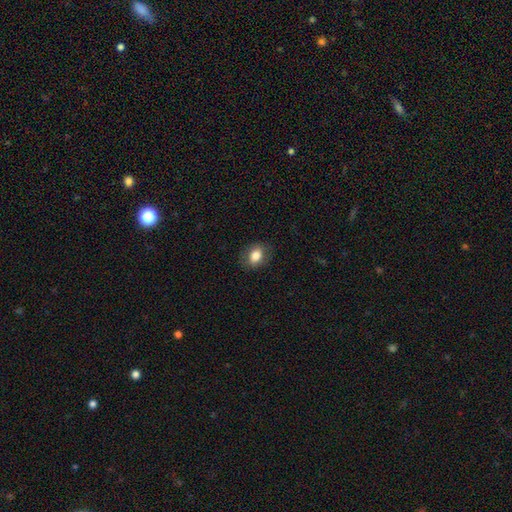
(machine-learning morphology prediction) This is clearly a smooth galaxy (82%). How rounded: likely in between (67%). Merging: clearly none (84%).